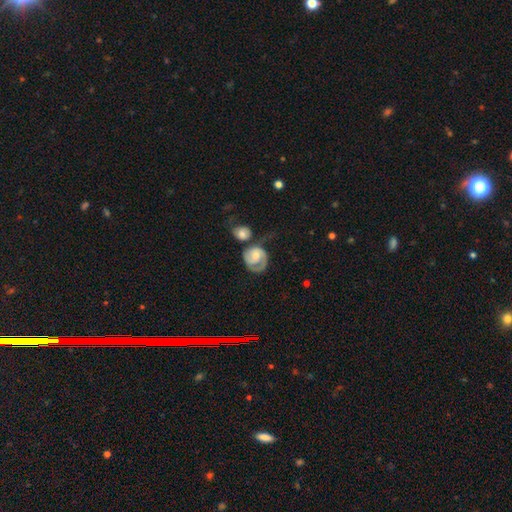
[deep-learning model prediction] Smooth or featured?
  - featured or disk: 72% *
  - smooth: 23%
  - star or artifact: 5%
Edge-on disk?
  - no: 98% *
  - yes: 2%
Bar?
  - no: 65% *
  - weak: 29%
  - strong: 6%
Spiral arms?
  - yes: 89% *
  - no: 11%
Spiral winding?
  - tight: 55% *
  - medium: 32%
  - loose: 13%
Spiral arm count?
  - 2: 44% *
  - 1: 41%
  - can't tell: 11%
  - 3: 3%
  - 4: 1%
  - more than 4: 1%
Bulge size?
  - moderate: 56% *
  - small: 33%
  - large: 6%
  - none: 3%
  - dominant: 1%
Merging?
  - none: 37% *
  - major disturbance: 22%
  - merger: 22%
  - minor disturbance: 19%